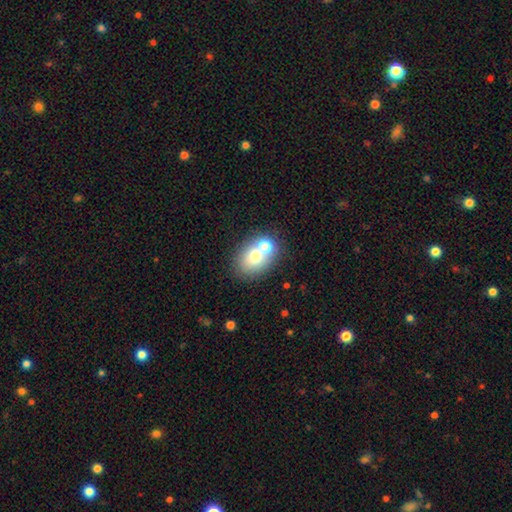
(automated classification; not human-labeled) Q: Smooth or featured?
A: smooth (67%); runner-up: featured or disk (23%)
Q: How rounded?
A: in between (60%); runner-up: round (39%)
Q: Merging?
A: merger (54%); runner-up: none (35%)